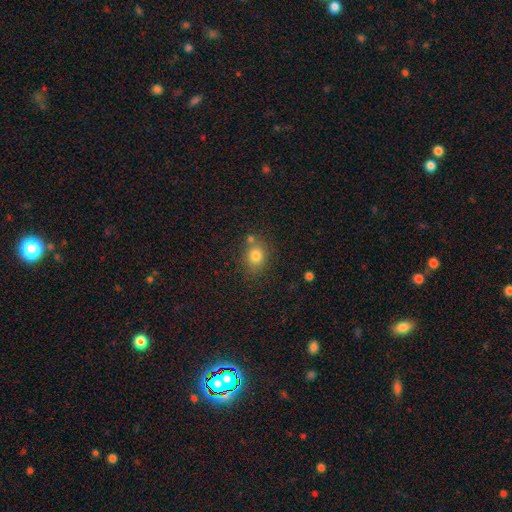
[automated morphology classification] Q: Smooth or featured?
A: smooth (81%); runner-up: star or artifact (11%)
Q: How rounded?
A: round (58%); runner-up: in between (41%)
Q: Merging?
A: none (71%); runner-up: minor disturbance (14%)